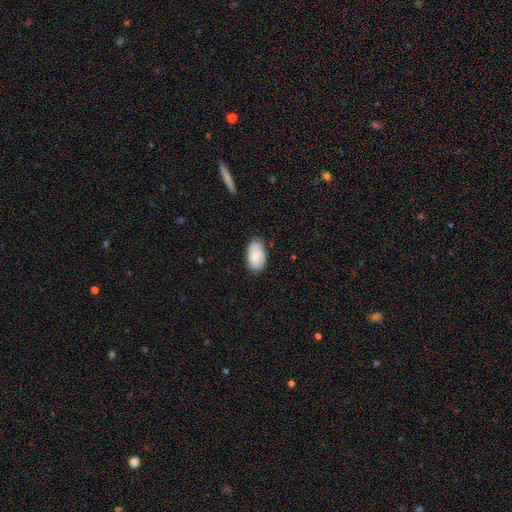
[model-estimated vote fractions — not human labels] Smooth or featured? Predicted: smooth (p=0.72). How rounded? Predicted: in between (p=0.94). Merging? Predicted: none (p=0.80).